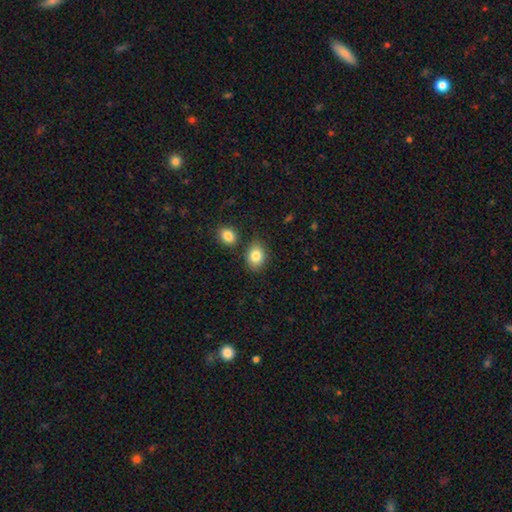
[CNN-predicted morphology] smooth-or-featured: smooth: 84% | star or artifact: 8% | featured or disk: 7%
  how-rounded: in between: 63% | round: 36% | cigar-shaped: 1%
  merging: none: 74% | minor disturbance: 13% | merger: 9% | major disturbance: 3%